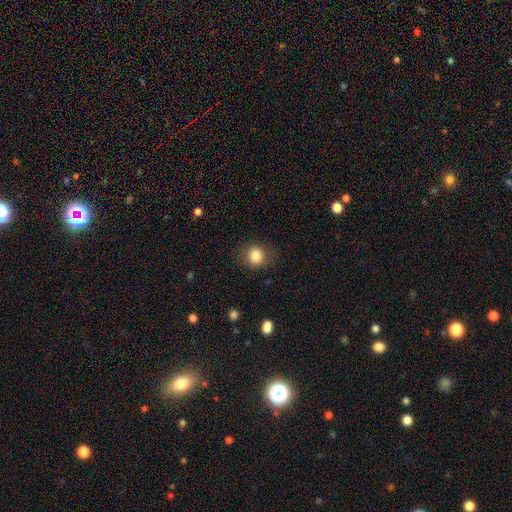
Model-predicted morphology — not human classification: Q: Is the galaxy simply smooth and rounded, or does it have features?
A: smooth — 84%.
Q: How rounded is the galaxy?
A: round — 79%.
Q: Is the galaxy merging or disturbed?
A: none — 82%.